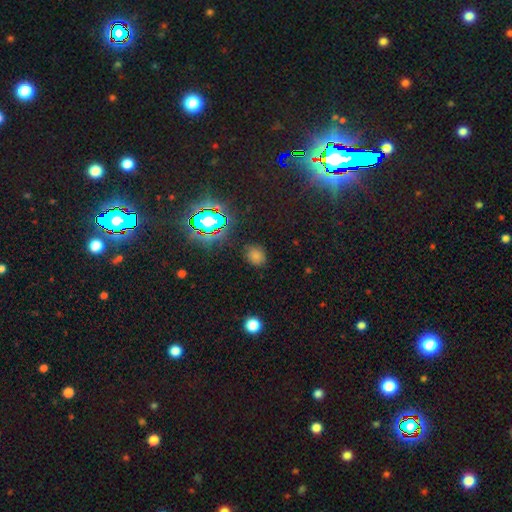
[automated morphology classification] type=smooth (56%); roundness=round (62%); merging=none (86%).